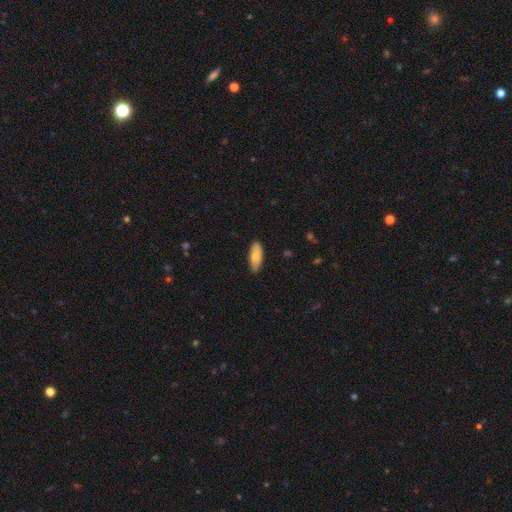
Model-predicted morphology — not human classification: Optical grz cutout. It shows a smooth galaxy with no disk features (75%) that is in between round and cigar-shaped (76%). Merging: none (86%).